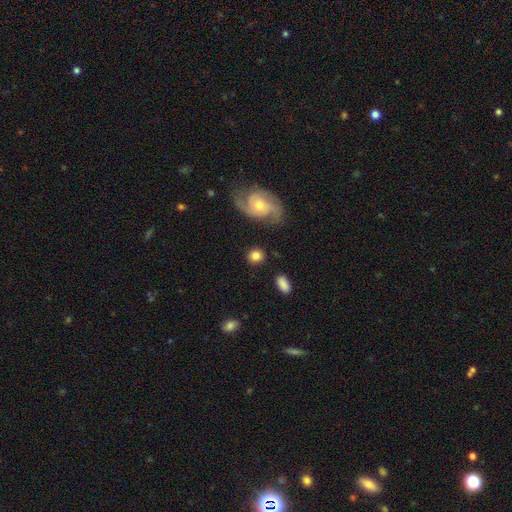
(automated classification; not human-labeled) smooth 78%, featured or disk 15%, star or artifact 7%. Down the decision tree: how rounded — round (82%); merging — none (83%).